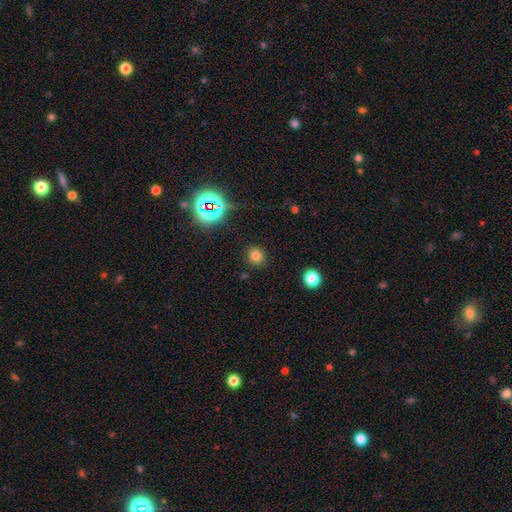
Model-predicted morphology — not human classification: Smooth or featured: smooth — 74% (star or artifact — 20%)
How rounded: round — 87% (in between — 12%)
Merging: none — 88% (minor disturbance — 8%)